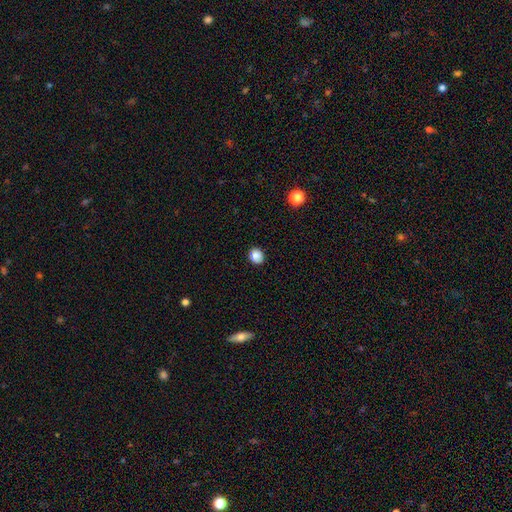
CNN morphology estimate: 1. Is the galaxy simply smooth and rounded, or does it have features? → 86% smooth, 10% star or artifact, 4% featured or disk.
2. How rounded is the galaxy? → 72% round, 27% in between, 1% cigar-shaped.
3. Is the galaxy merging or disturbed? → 87% none, 9% minor disturbance, 2% major disturbance, 1% merger.